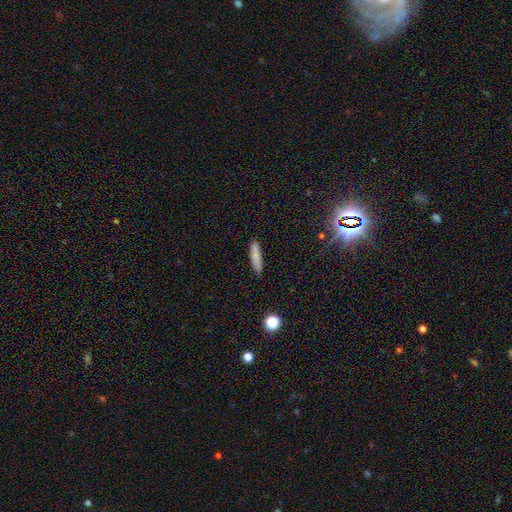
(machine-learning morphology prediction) This appears to be a smooth galaxy with no disk features (79%) that is cigar-shaped (74%). Merging: none (85%).